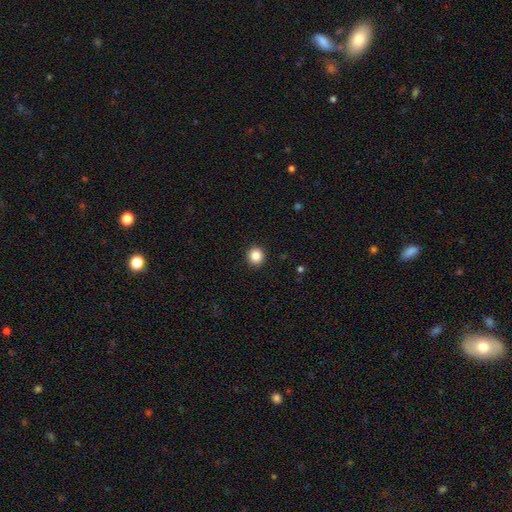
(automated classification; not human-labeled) A smooth galaxy with no disk features (87%) that is round (92%). Merging: none (92%).